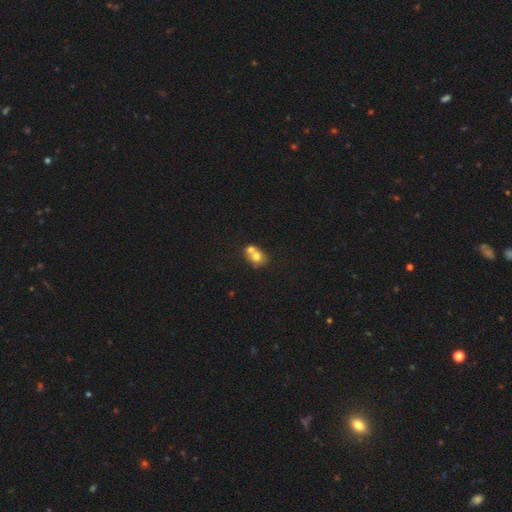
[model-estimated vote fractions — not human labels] This appears to be a smooth galaxy with no disk features (69%) that is round (67%). Merging: merger (60%).